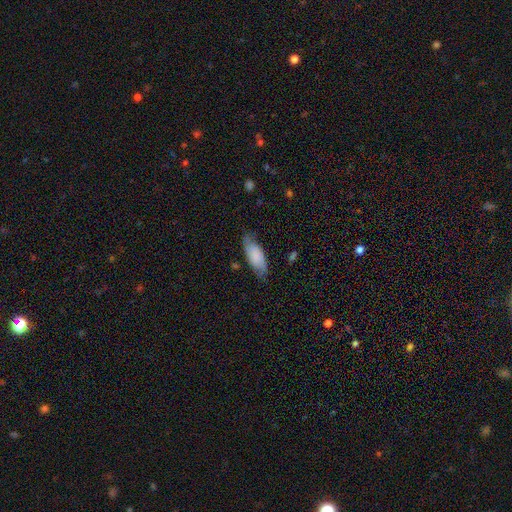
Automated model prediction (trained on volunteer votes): The model was most divided on "merging": none: 69%, minor disturbance: 24%, major disturbance: 6%, merger: 2%. More confident: how rounded — in between (80%); smooth or featured — smooth (72%).